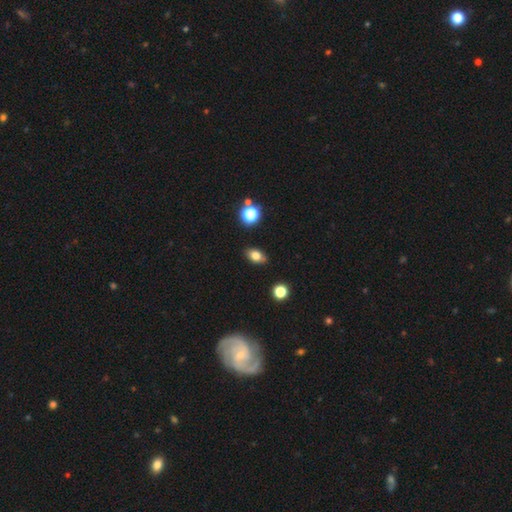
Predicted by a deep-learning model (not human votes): Smooth or featured? Predicted: smooth (p=0.78). How rounded? Predicted: in between (p=0.82). Merging? Predicted: none (p=0.84).